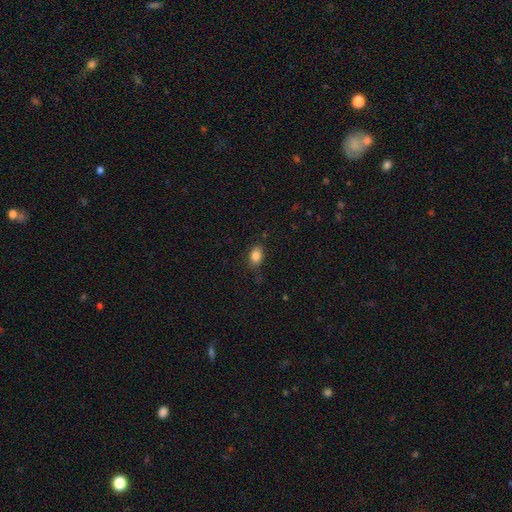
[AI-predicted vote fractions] A smooth galaxy with no disk features (85%) that is in between round and cigar-shaped (74%). Merging: none (81%).